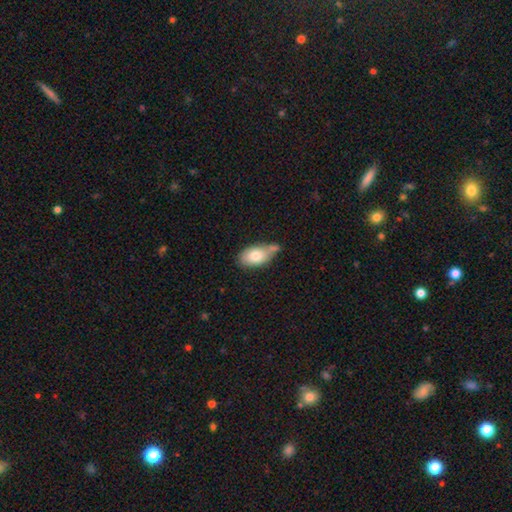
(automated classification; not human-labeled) This appears to be a smooth galaxy with no disk features (78%) that is in between round and cigar-shaped (91%). Merging: none (44%).